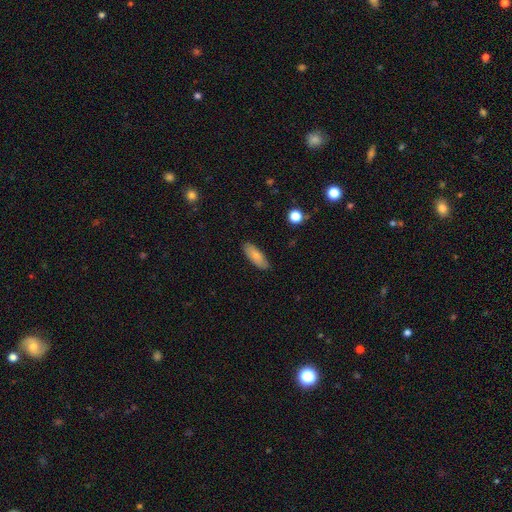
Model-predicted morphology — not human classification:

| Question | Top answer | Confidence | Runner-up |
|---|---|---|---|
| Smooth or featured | smooth | 82% | featured or disk (12%) |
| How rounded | in between | 71% | cigar-shaped (27%) |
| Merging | none | 84% | minor disturbance (12%) |